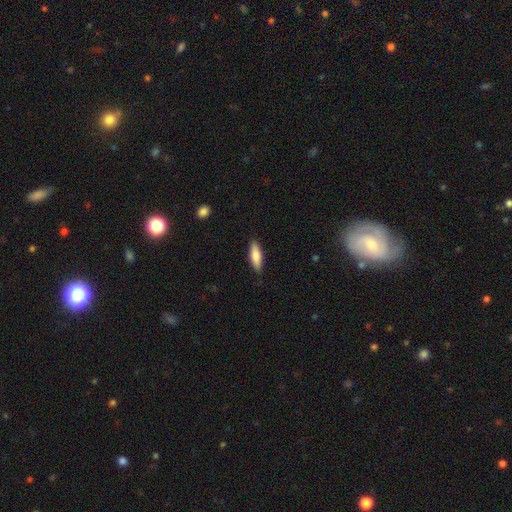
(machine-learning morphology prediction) type=smooth (78%); roundness=cigar-shaped (52%); merging=none (87%).